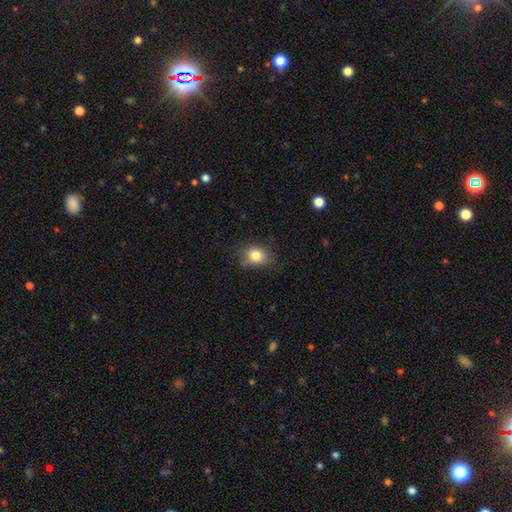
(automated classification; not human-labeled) smooth_or_featured: smooth (p=0.81) [alt: star or artifact p=0.10]
how_rounded: in between (p=0.51) [alt: round p=0.48]
merging: none (p=0.73) [alt: minor disturbance p=0.20]